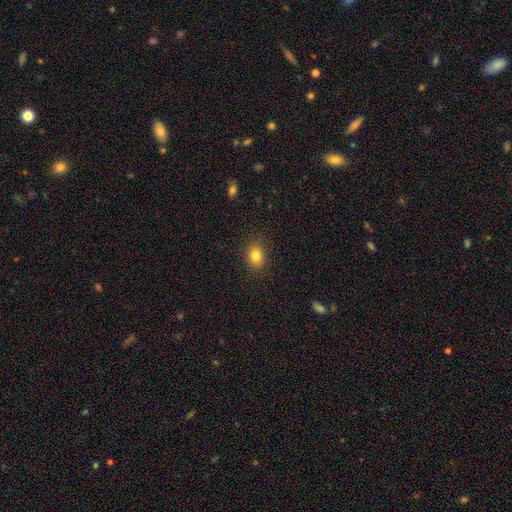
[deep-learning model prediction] This appears to be a smooth galaxy with no disk features (82%) that is in between round and cigar-shaped (58%). Merging: none (88%).